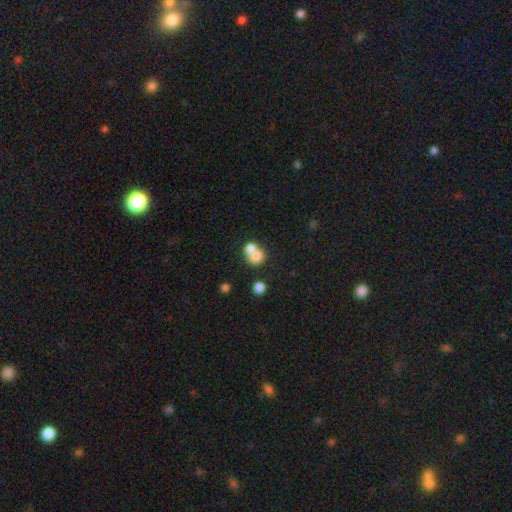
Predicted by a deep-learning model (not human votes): A smooth galaxy with no disk features (73%) that is round (75%).

Vote fractions:
- Smooth or featured? smooth: 73% / featured or disk: 17% / star or artifact: 11%
- How rounded? round: 75% / in between: 24% / cigar-shaped: 1%
- Merging? merger: 61% / none: 30% / minor disturbance: 6% / major disturbance: 3%